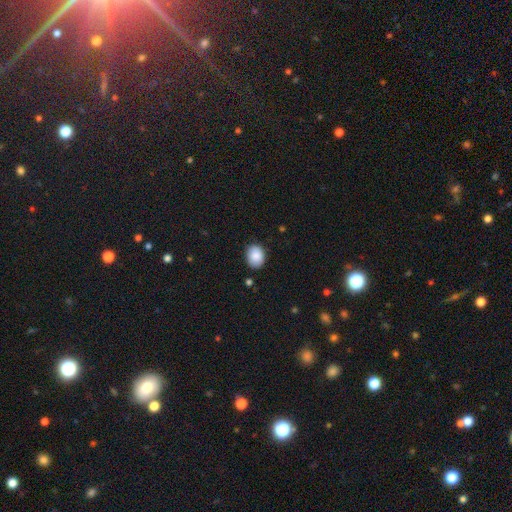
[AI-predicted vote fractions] smooth-or-featured: smooth: 88% | star or artifact: 7% | featured or disk: 5%
  how-rounded: in between: 60% | round: 39% | cigar-shaped: 1%
  merging: none: 84% | minor disturbance: 12% | major disturbance: 2% | merger: 2%